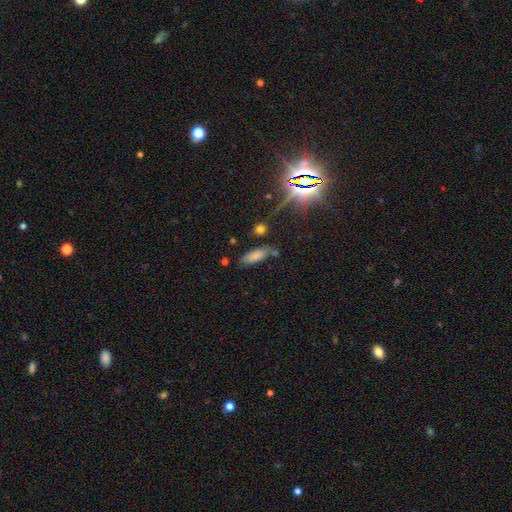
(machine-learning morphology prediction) smooth_or_featured: smooth (p=0.76) [alt: star or artifact p=0.12]
how_rounded: in between (p=0.71) [alt: cigar-shaped p=0.26]
merging: none (p=0.69) [alt: minor disturbance p=0.19]